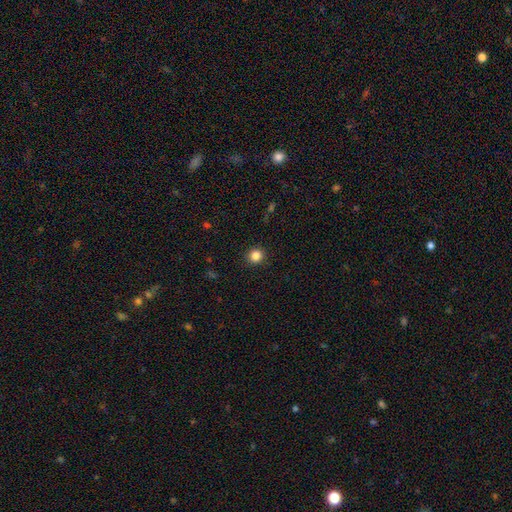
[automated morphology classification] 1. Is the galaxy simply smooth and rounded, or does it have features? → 84% smooth, 11% star or artifact, 4% featured or disk.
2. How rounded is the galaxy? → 91% round, 8% in between, 1% cigar-shaped.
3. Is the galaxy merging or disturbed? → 91% none, 6% minor disturbance, 2% major disturbance, 1% merger.